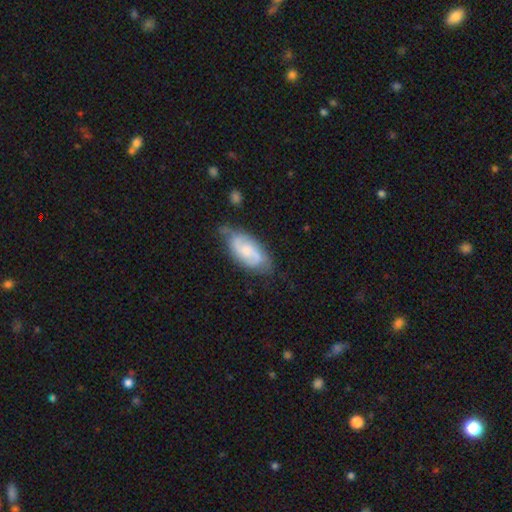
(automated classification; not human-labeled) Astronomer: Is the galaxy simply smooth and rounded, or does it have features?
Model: featured or disk — 66%.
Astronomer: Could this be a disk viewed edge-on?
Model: no — 95%.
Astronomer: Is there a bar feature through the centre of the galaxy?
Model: no — 52% (runner-up: weak, 41%).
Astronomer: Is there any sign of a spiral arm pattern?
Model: yes — 91%.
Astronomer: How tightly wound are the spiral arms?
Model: medium — 48% (runner-up: tight, 26%).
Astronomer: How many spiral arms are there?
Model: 2 — 81%.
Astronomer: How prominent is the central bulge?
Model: small — 46% (runner-up: moderate, 36%).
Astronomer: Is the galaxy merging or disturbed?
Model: none — 60%.